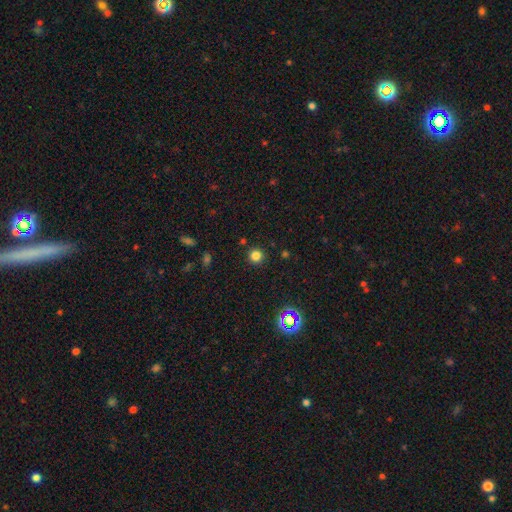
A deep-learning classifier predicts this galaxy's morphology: A smooth galaxy with no disk features (80%) that is round (94%).

Vote fractions:
- Smooth or featured? smooth: 80% / star or artifact: 16% / featured or disk: 4%
- How rounded? round: 94% / in between: 5% / cigar-shaped: 1%
- Merging? none: 90% / minor disturbance: 6% / merger: 2% / major disturbance: 2%